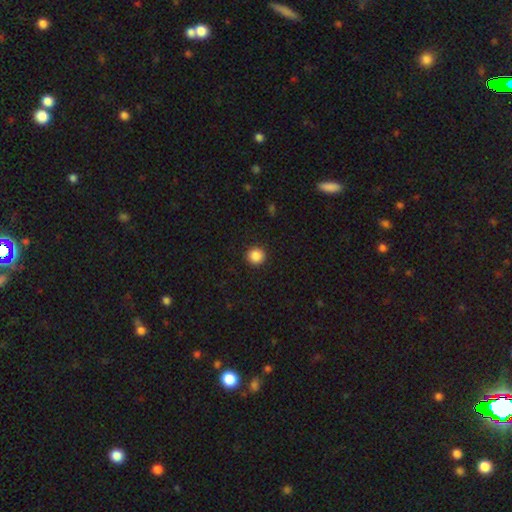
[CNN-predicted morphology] Overall: smooth (87%). How rounded: round (94%). Merging: none (92%).